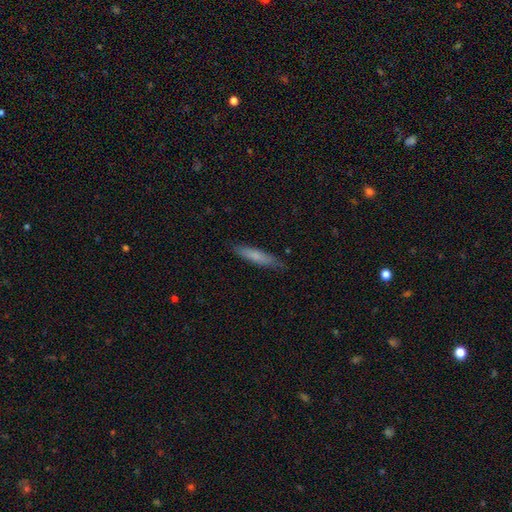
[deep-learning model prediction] Smooth or featured: smooth — 75% (featured or disk — 20%)
How rounded: cigar-shaped — 87% (in between — 11%)
Merging: none — 85% (minor disturbance — 11%)